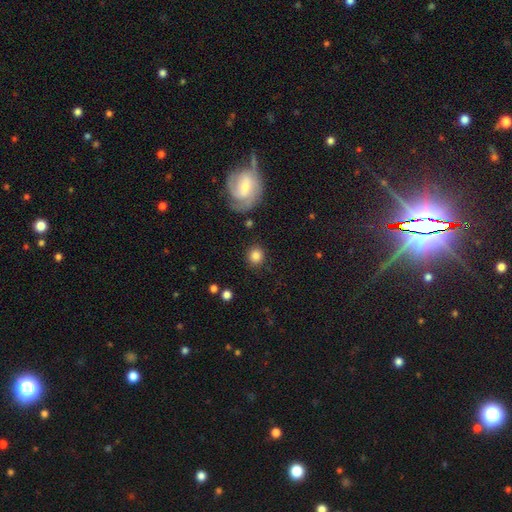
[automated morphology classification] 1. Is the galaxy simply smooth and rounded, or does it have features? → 81% smooth, 10% featured or disk, 9% star or artifact.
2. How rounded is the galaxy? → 86% round, 13% in between, 1% cigar-shaped.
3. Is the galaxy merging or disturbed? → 85% none, 9% minor disturbance, 4% major disturbance, 2% merger.